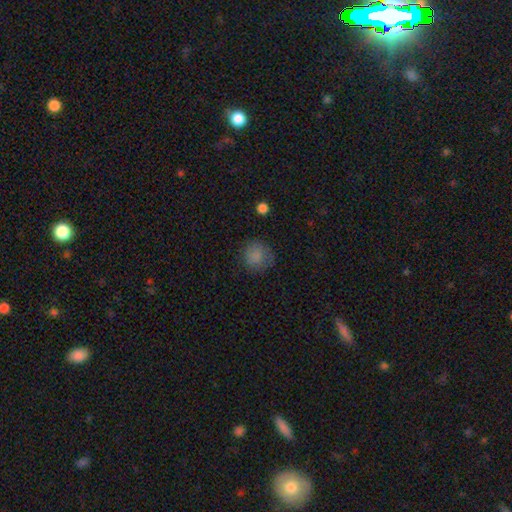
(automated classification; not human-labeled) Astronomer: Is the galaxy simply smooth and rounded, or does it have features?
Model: smooth — 84%.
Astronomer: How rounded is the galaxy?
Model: round — 90%.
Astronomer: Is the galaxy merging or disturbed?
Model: none — 78%.